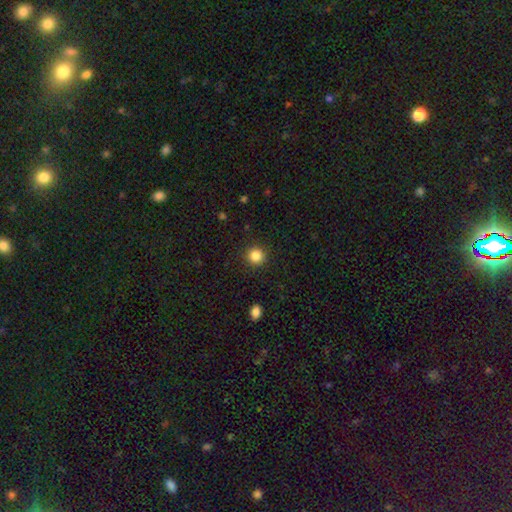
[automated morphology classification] Smooth or featured? smooth (85%)
How rounded? round (94%)
Merging? none (92%)